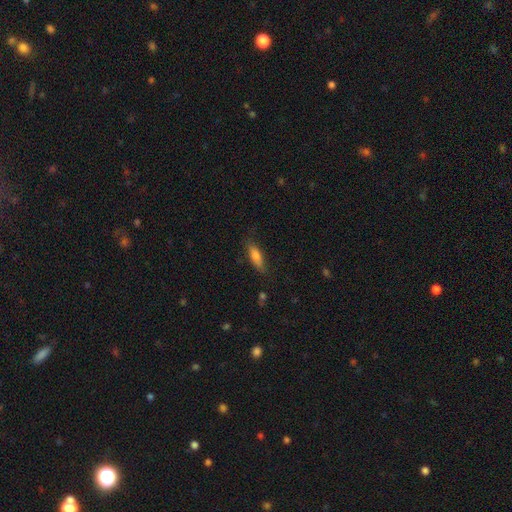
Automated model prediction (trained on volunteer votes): This is likely a smooth galaxy (78%). How rounded: possibly in between (52%). Merging: likely none (78%).